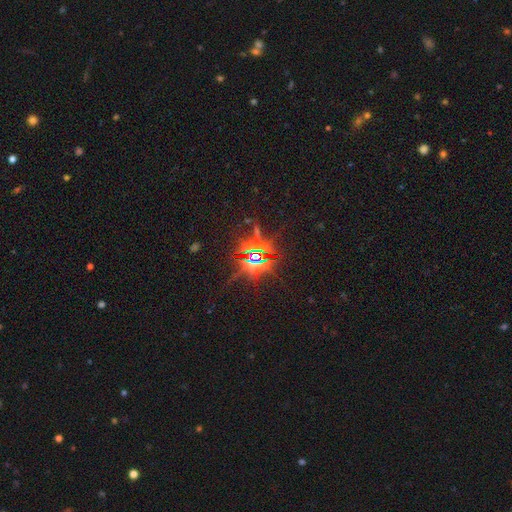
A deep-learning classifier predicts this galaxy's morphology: A star or artifact, not a galaxy (83%).

Vote fractions:
- Smooth or featured? star or artifact: 83% / featured or disk: 9% / smooth: 8%